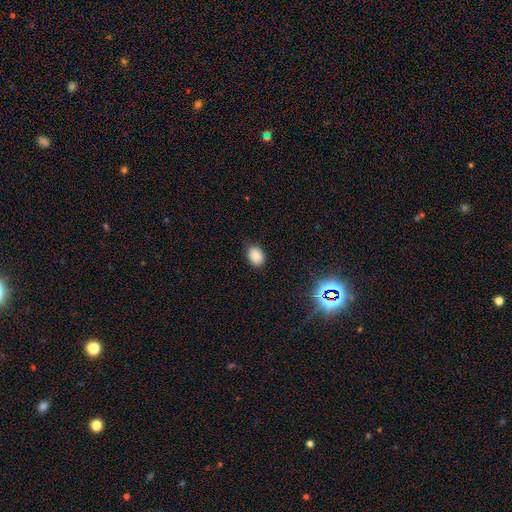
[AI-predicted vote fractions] Overall: smooth (84%). How rounded: in between (72%). Merging: none (76%).